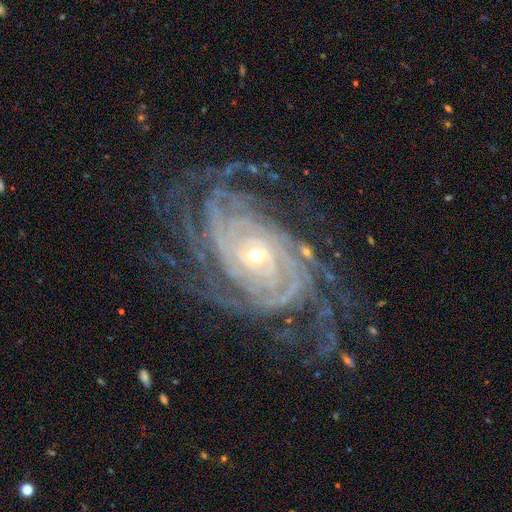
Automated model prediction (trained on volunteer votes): Morphology: type=featured or disk (91%); edge-on=no (97%); bar=no (68%); spiral arms=yes (98%); winding=tight (78%); arm count=more than 4 (26%); bulge=small (69%); merging=none (70%).